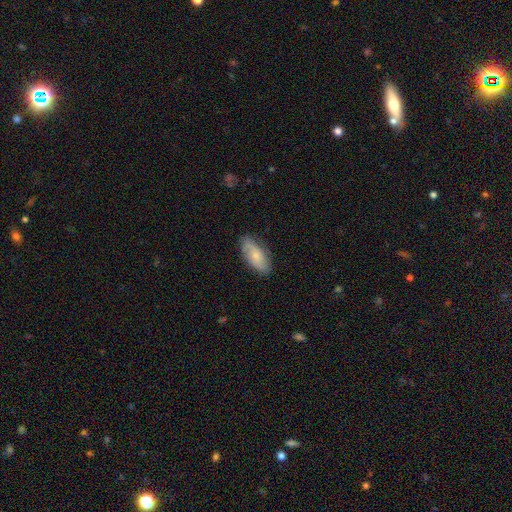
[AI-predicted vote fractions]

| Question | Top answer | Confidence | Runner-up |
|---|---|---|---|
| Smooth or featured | smooth | 57% | featured or disk (37%) |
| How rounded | in between | 86% | cigar-shaped (11%) |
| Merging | none | 79% | minor disturbance (17%) |